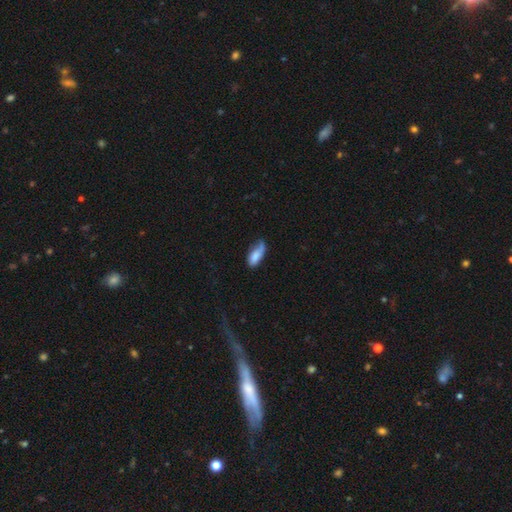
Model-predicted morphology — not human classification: smooth-or-featured: smooth: 78% | featured or disk: 15% | star or artifact: 7%
  how-rounded: in between: 80% | cigar-shaped: 17% | round: 2%
  merging: none: 42% | minor disturbance: 37% | major disturbance: 16% | merger: 5%